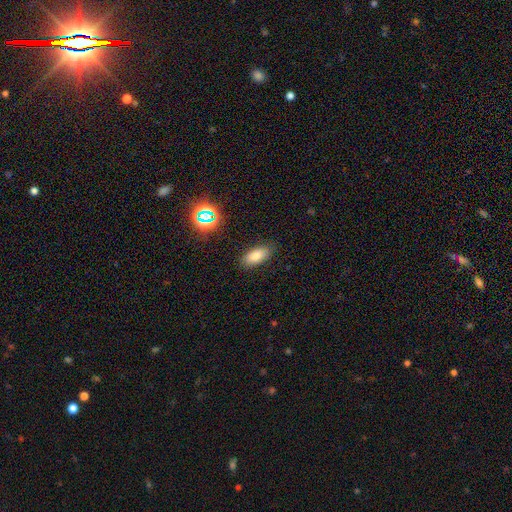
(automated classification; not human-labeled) smooth-or-featured: smooth: 79% | star or artifact: 11% | featured or disk: 9%
  how-rounded: in between: 85% | cigar-shaped: 11% | round: 4%
  merging: none: 86% | minor disturbance: 10% | major disturbance: 3% | merger: 1%